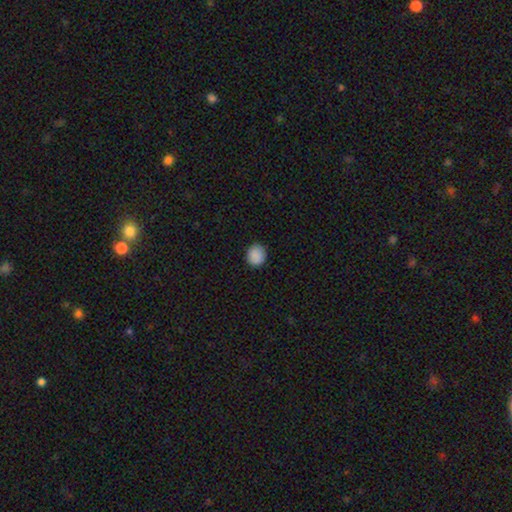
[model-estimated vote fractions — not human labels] A smooth galaxy with no disk features (89%) that is round (86%).

Vote fractions:
- Smooth or featured? smooth: 89% / star or artifact: 9% / featured or disk: 3%
- How rounded? round: 86% / in between: 13% / cigar-shaped: 1%
- Merging? none: 90% / minor disturbance: 8% / major disturbance: 2% / merger: 1%